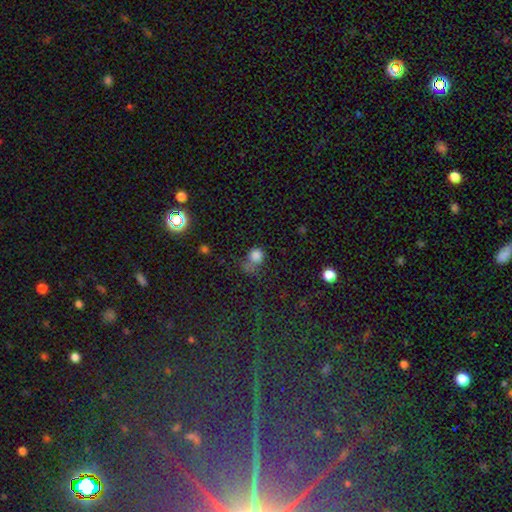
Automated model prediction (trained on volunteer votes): A smooth galaxy with no disk features (76%) that is round (78%). Merging: none (47%).